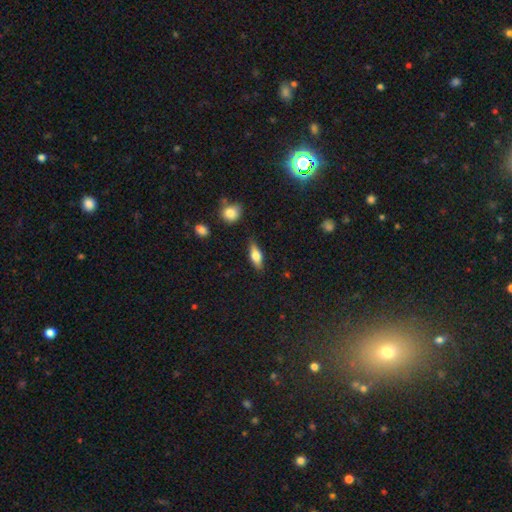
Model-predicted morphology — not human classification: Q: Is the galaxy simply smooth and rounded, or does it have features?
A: smooth — 63%.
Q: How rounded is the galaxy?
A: in between — 66%.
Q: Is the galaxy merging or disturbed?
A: none — 83%.